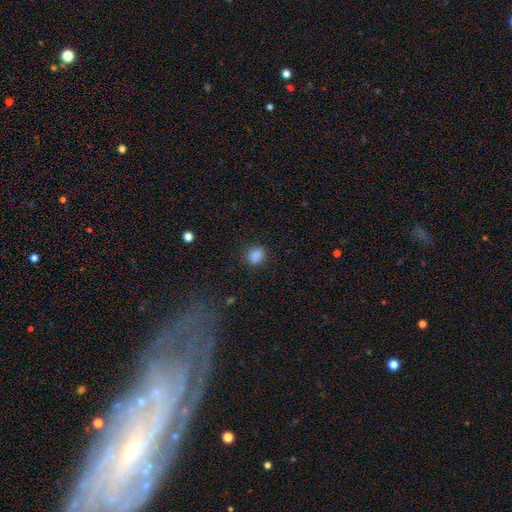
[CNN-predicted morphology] smooth-or-featured: smooth: 85% | star or artifact: 11% | featured or disk: 4%
  how-rounded: round: 63% | in between: 36% | cigar-shaped: 1%
  merging: none: 82% | minor disturbance: 13% | major disturbance: 4% | merger: 2%